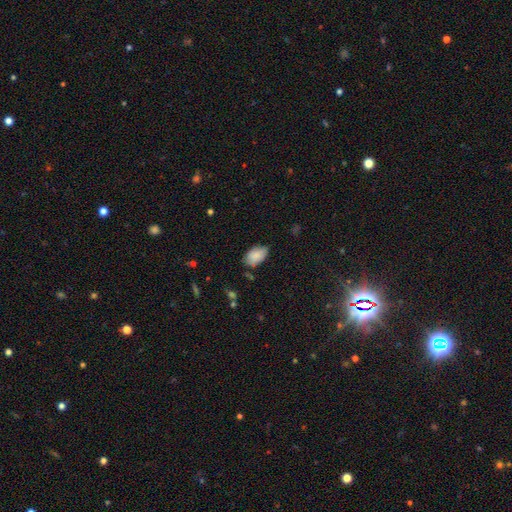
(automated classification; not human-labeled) Q: Smooth or featured?
A: smooth (87%); runner-up: star or artifact (7%)
Q: How rounded?
A: in between (94%); runner-up: round (5%)
Q: Merging?
A: none (72%); runner-up: minor disturbance (22%)